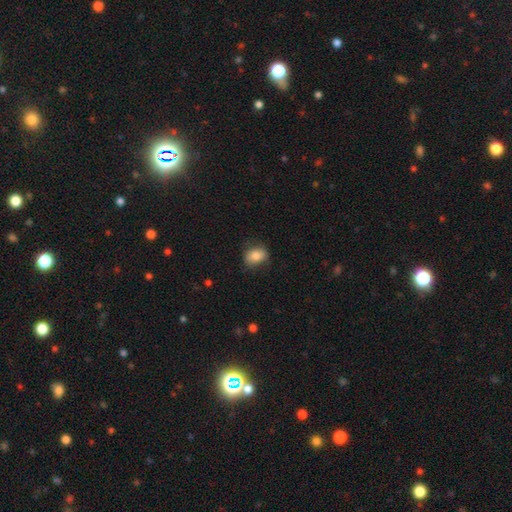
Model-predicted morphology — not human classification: smooth-or-featured: smooth: 80% | featured or disk: 12% | star or artifact: 8%
  how-rounded: in between: 68% | round: 31% | cigar-shaped: 1%
  merging: none: 75% | minor disturbance: 19% | major disturbance: 5% | merger: 1%